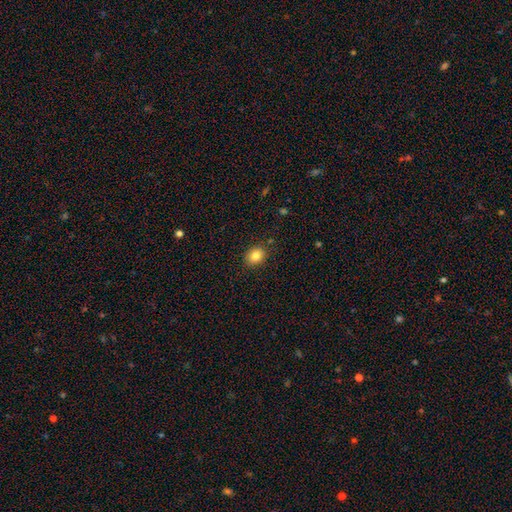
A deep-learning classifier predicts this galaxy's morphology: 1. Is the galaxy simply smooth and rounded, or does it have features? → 84% smooth, 10% star or artifact, 7% featured or disk.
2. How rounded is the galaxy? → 51% in between, 48% round, 1% cigar-shaped.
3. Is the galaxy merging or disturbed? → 87% none, 9% minor disturbance, 2% major disturbance, 1% merger.